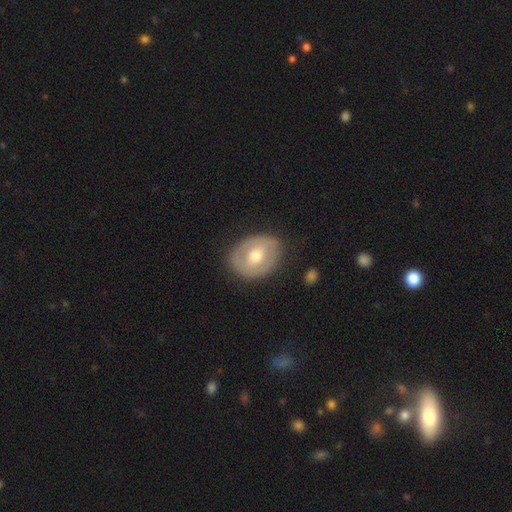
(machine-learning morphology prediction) Smooth or featured: featured or disk — 48% (smooth — 47%)
Merging: none — 81% (minor disturbance — 13%)